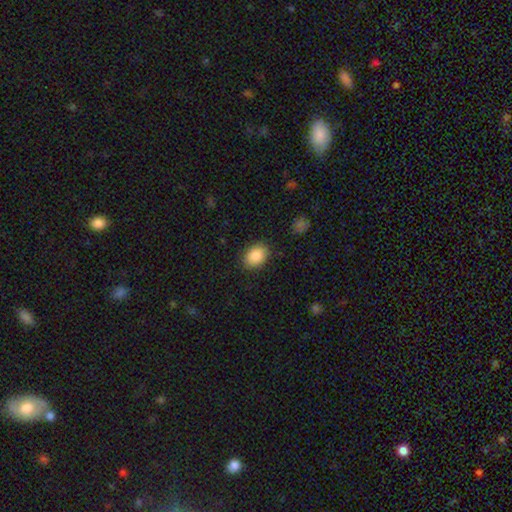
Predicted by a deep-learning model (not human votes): smooth_or_featured: smooth (p=0.87) [alt: star or artifact p=0.07]
how_rounded: in between (p=0.73) [alt: round p=0.26]
merging: none (p=0.86) [alt: minor disturbance p=0.10]